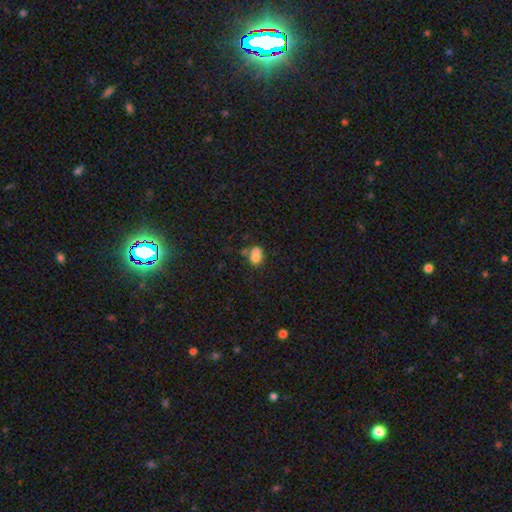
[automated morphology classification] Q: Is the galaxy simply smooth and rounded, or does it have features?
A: smooth — 73%.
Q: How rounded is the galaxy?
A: in between — 67%.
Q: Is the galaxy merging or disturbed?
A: merger — 44%.